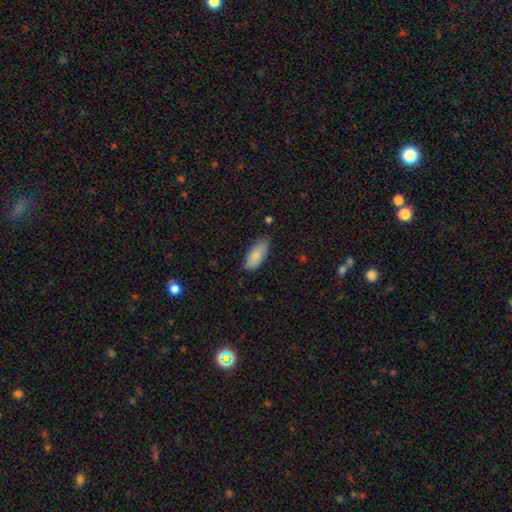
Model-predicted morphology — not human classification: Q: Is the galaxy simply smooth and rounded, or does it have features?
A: smooth — 84%.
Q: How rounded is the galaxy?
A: in between — 82%.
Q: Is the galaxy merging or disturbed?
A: none — 78%.